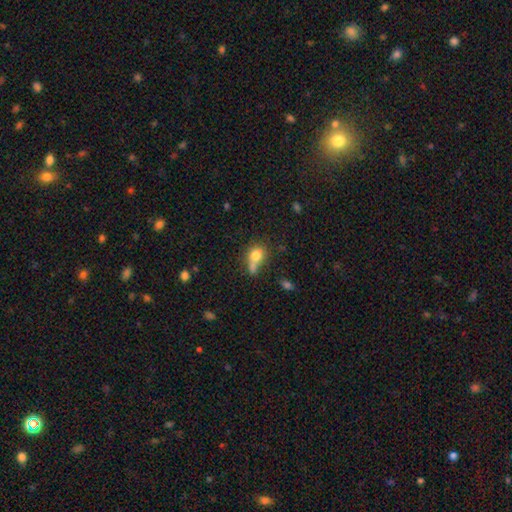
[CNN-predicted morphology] Smooth or featured?
  - smooth: 75% *
  - featured or disk: 14%
  - star or artifact: 11%
How rounded?
  - round: 52% *
  - in between: 45%
  - cigar-shaped: 3%
Merging?
  - merger: 35% *
  - none: 34%
  - minor disturbance: 19%
  - major disturbance: 13%